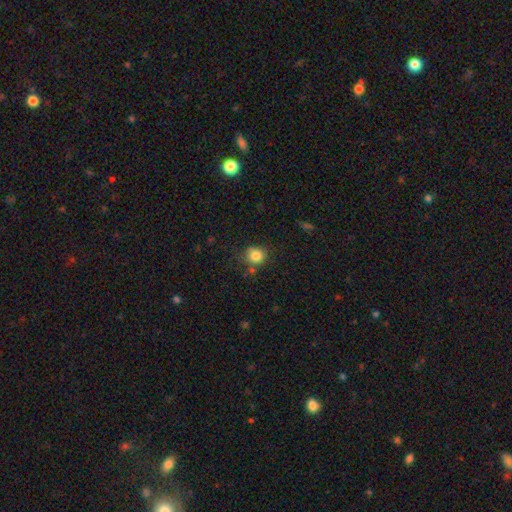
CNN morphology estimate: Smooth or featured: smooth — 82% (star or artifact — 11%)
How rounded: round — 86% (in between — 13%)
Merging: none — 73% (minor disturbance — 16%)